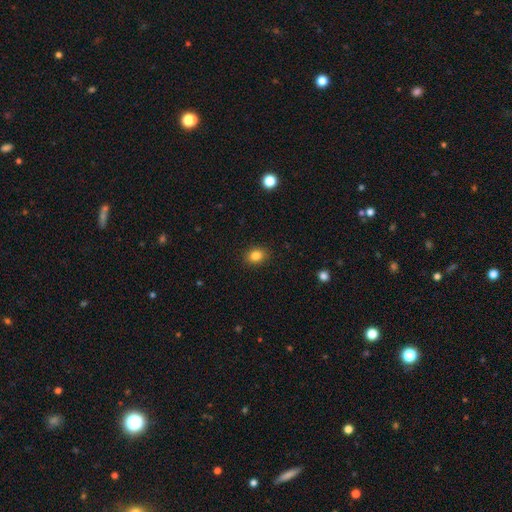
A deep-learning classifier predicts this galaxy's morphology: Overall: smooth (84%). How rounded: round (53%; in between 46%). Merging: none (89%).